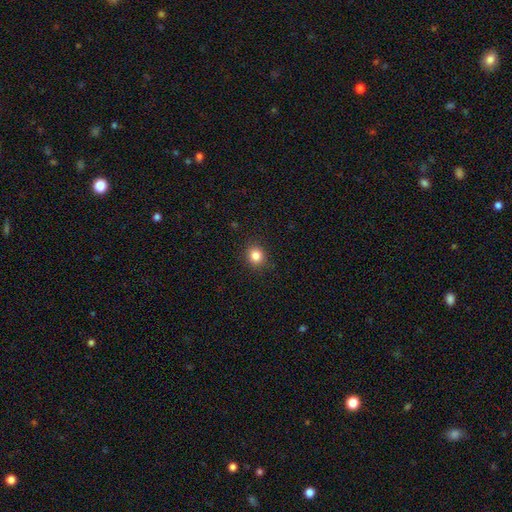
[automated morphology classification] A smooth galaxy with no disk features (84%) that is round (81%). Merging: none (90%).